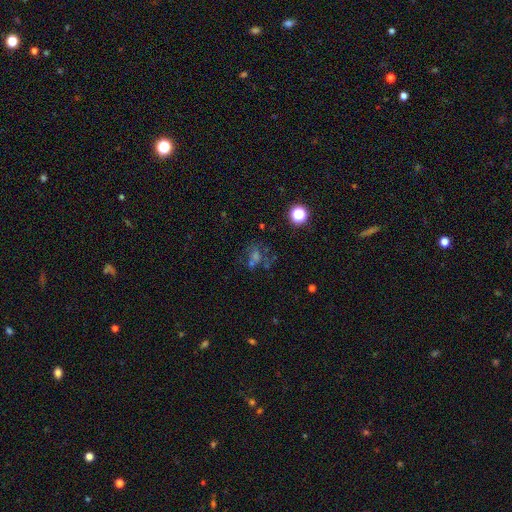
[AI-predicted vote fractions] Morphology: type=star or artifact (40%).